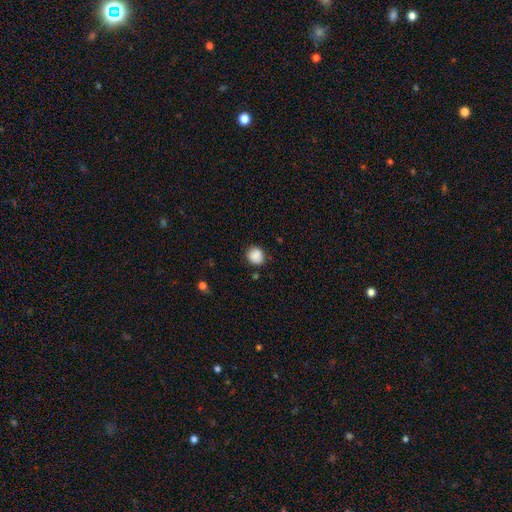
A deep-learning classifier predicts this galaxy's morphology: The model was most divided on "how rounded": round: 85%, in between: 14%, cigar-shaped: 1%. More confident: smooth or featured — smooth (88%); merging — none (84%).